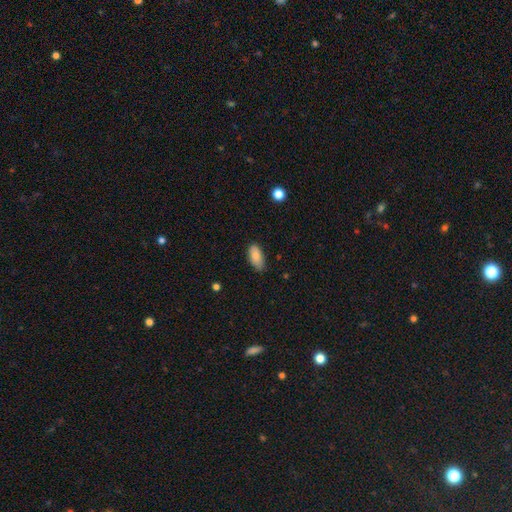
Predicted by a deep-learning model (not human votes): Smooth or featured? Predicted: smooth (p=0.84). How rounded? Predicted: in between (p=0.90). Merging? Predicted: none (p=0.78).